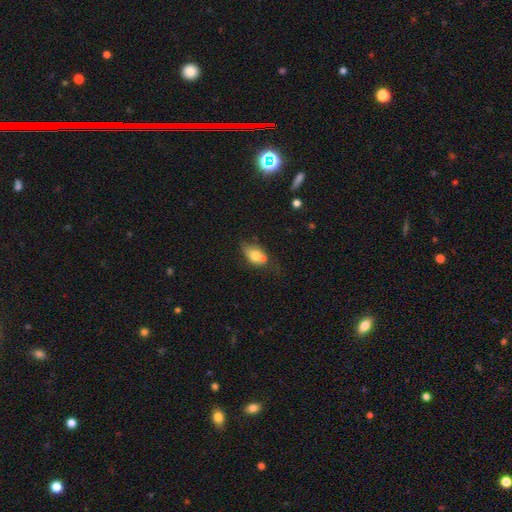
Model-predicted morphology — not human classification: Smooth or featured? Predicted: smooth (p=0.70). How rounded? Predicted: in between (p=0.74). Merging? Predicted: none (p=0.39).